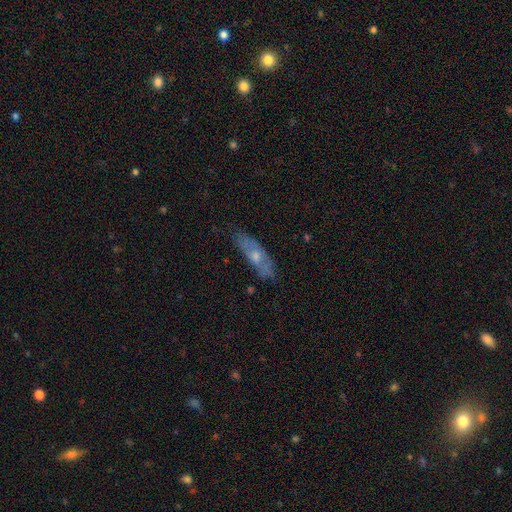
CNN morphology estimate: smooth-or-featured: featured or disk: 50% | smooth: 43% | star or artifact: 7%
  merging: none: 72% | minor disturbance: 22% | major disturbance: 5% | merger: 2%